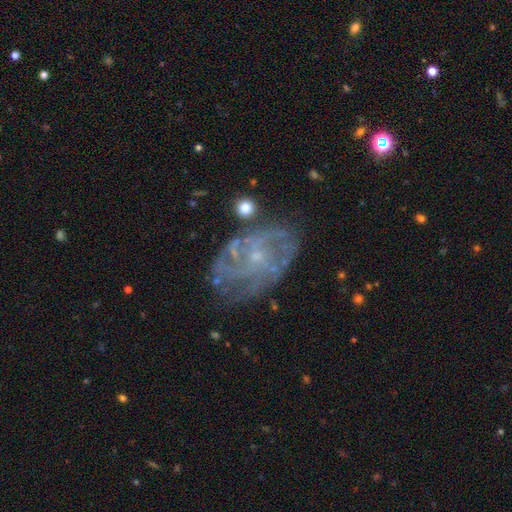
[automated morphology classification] Q: Smooth or featured?
A: featured or disk (81%); runner-up: smooth (10%)
Q: Edge-on disk?
A: no (97%); runner-up: yes (3%)
Q: Bar?
A: no (71%); runner-up: weak (24%)
Q: Spiral arms?
A: yes (87%); runner-up: no (13%)
Q: Spiral winding?
A: tight (48%); runner-up: medium (38%)
Q: Spiral arm count?
A: can't tell (38%); runner-up: 3 (17%)
Q: Bulge size?
A: small (79%); runner-up: moderate (13%)
Q: Merging?
A: none (68%); runner-up: minor disturbance (19%)